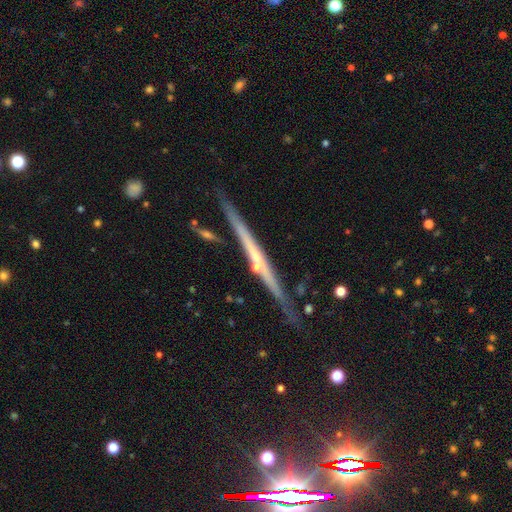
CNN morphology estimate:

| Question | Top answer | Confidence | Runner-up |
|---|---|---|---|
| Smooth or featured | featured or disk | 72% | smooth (21%) |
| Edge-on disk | yes | 97% | no (3%) |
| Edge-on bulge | none | 61% | rounded (35%) |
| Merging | none | 80% | minor disturbance (11%) |